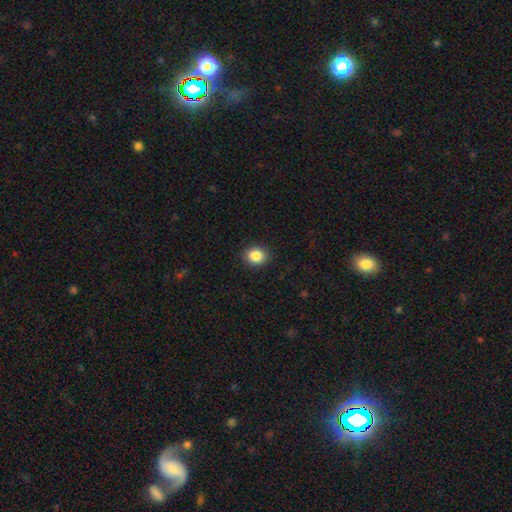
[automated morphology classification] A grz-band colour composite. It shows a smooth galaxy with no disk features (86%) that is round (67%). Merging: none (90%).